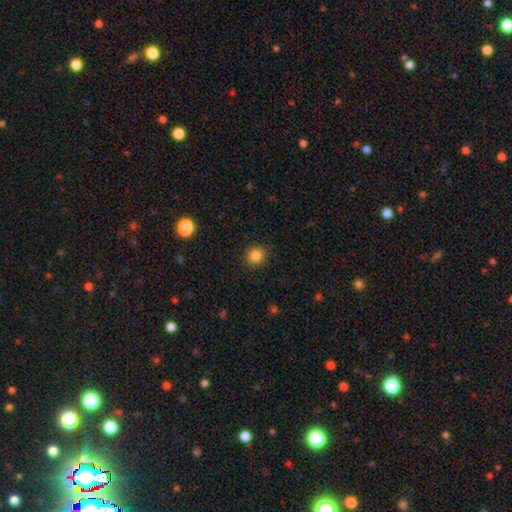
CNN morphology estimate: smooth-or-featured: smooth: 84% | star or artifact: 11% | featured or disk: 4%
  how-rounded: round: 91% | in between: 8% | cigar-shaped: 1%
  merging: none: 89% | minor disturbance: 7% | major disturbance: 2% | merger: 1%